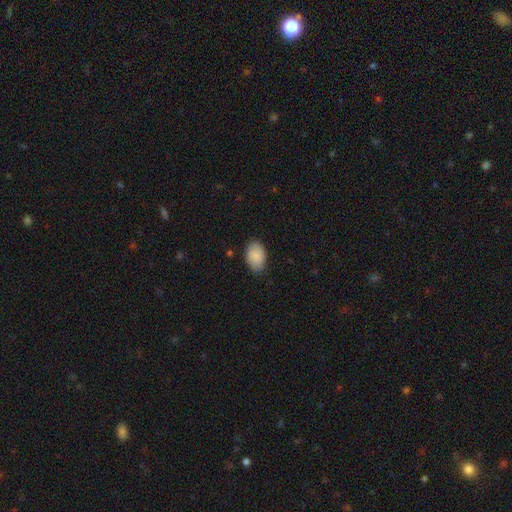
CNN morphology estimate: A smooth galaxy with no disk features (88%) that is in between round and cigar-shaped (89%). Merging: none (81%).